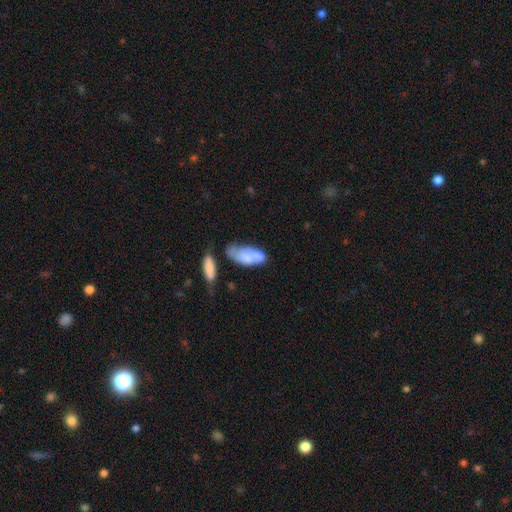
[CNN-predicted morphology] This is likely a smooth galaxy (65%). How rounded: clearly in between (82%). Merging: marginally merger (33%).